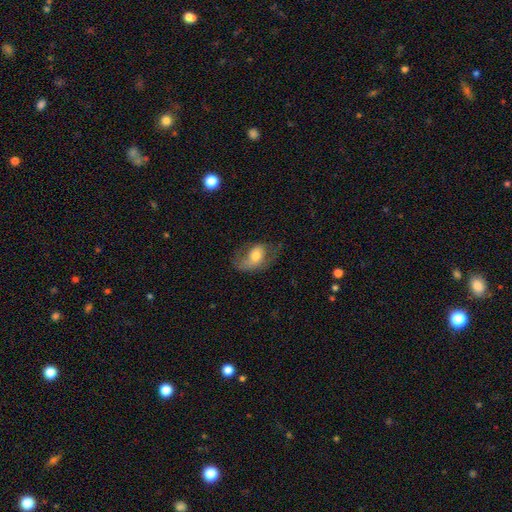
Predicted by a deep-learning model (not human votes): The model was most divided on "smooth or featured": featured or disk: 51%, smooth: 42%, star or artifact: 8%. More confident: edge-on disk — no (94%); merging — none (52%).